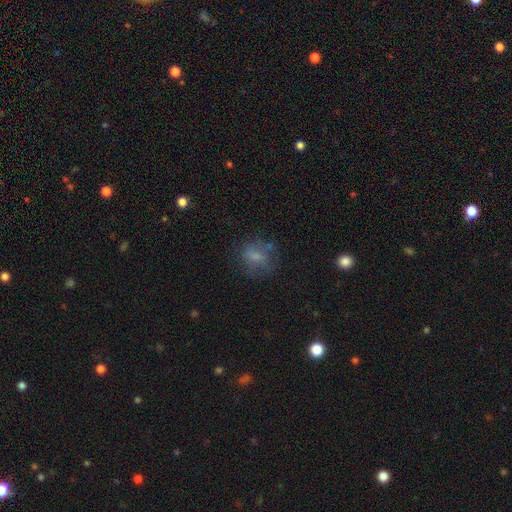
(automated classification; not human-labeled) This is likely a smooth galaxy (65%). How rounded: possibly round (58%). Merging: possibly none (58%).